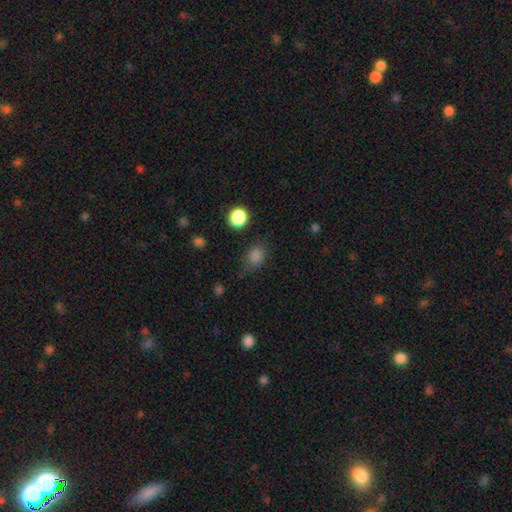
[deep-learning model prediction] Morphology: type=smooth (81%); roundness=in between (51%); merging=none (73%).